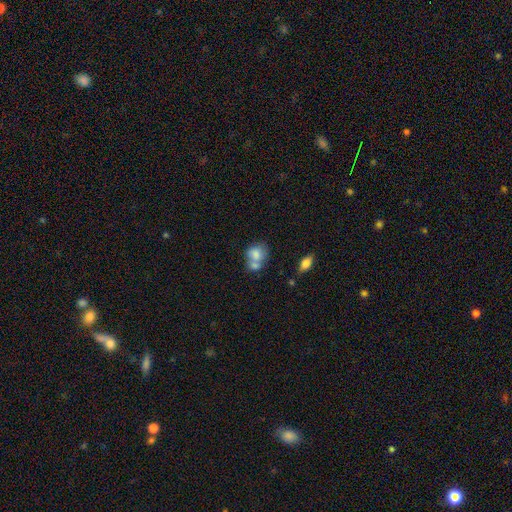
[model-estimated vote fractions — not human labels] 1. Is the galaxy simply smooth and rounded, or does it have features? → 75% smooth, 17% featured or disk, 8% star or artifact.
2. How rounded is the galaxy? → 51% round, 48% in between, 1% cigar-shaped.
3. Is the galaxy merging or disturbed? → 53% merger, 30% none, 12% minor disturbance, 5% major disturbance.